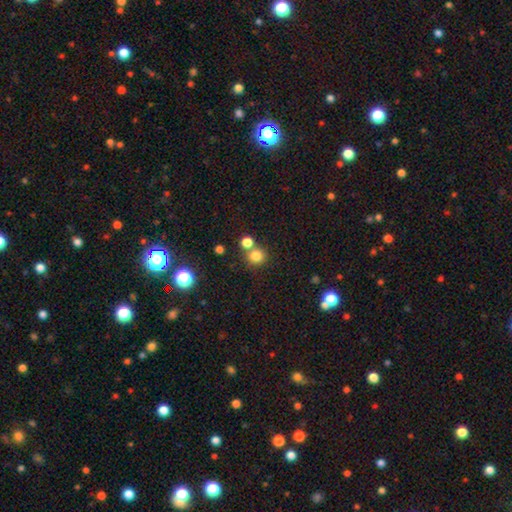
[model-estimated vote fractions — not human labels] The model was most divided on "merging": none: 68%, merger: 22%, minor disturbance: 7%, major disturbance: 3%. More confident: how rounded — round (90%); smooth or featured — smooth (80%).